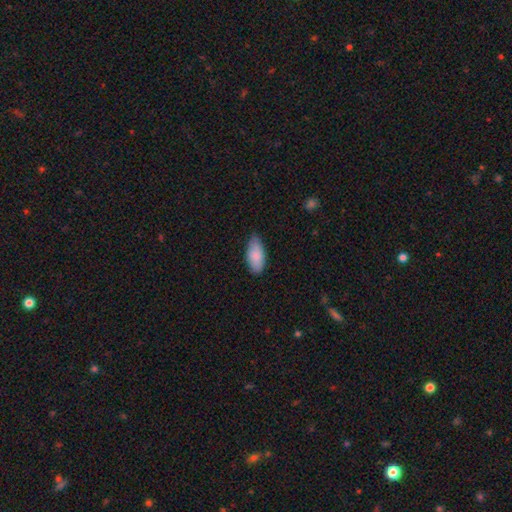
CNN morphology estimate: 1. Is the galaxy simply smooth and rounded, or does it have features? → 87% smooth, 7% featured or disk, 6% star or artifact.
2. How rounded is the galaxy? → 90% in between, 8% cigar-shaped, 2% round.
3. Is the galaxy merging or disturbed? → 74% none, 22% minor disturbance, 3% major disturbance, 1% merger.